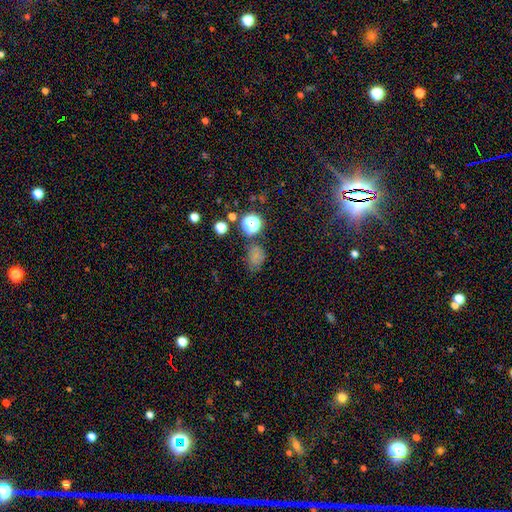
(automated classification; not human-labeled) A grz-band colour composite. It shows a smooth galaxy with no disk features (53%) that is in between round and cigar-shaped (54%). Merging: none (63%).